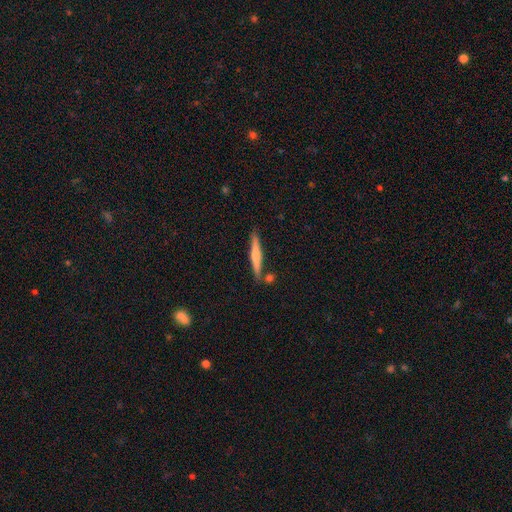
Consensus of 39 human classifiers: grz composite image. It shows a featured or disk galaxy (67%) viewed edge-on (96%) with a rounded central bulge (56%). Merging: none (84%).